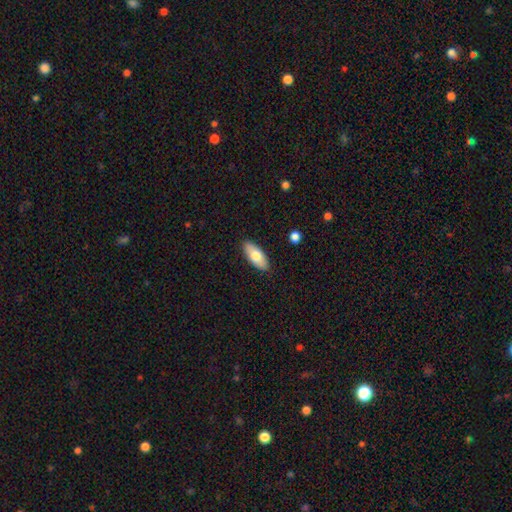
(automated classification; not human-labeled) smooth-or-featured: smooth: 73% | featured or disk: 21% | star or artifact: 6%
  how-rounded: in between: 86% | cigar-shaped: 12% | round: 2%
  merging: none: 88% | minor disturbance: 9% | major disturbance: 2% | merger: 1%